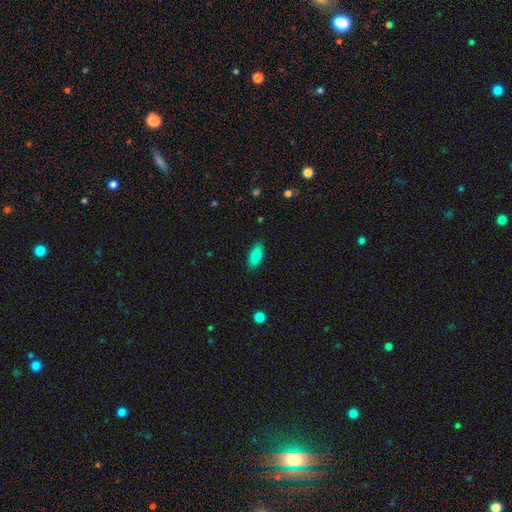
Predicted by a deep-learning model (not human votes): Smooth or featured? smooth (85%)
How rounded? in between (85%)
Merging? none (88%)